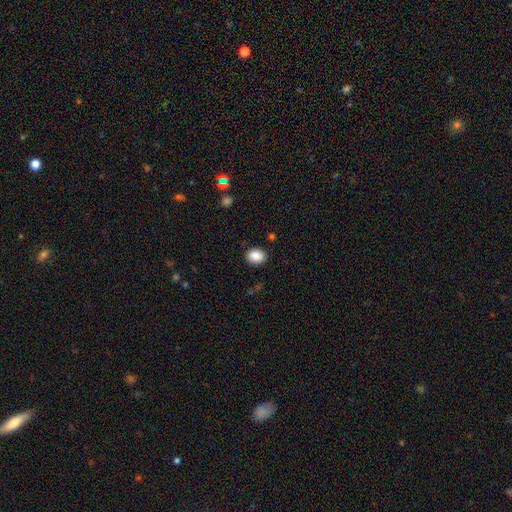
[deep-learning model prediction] Smooth or featured?
  - smooth: 88% *
  - star or artifact: 8%
  - featured or disk: 4%
How rounded?
  - round: 54% *
  - in between: 46%
  - cigar-shaped: 1%
Merging?
  - none: 88% *
  - minor disturbance: 8%
  - major disturbance: 2%
  - merger: 1%